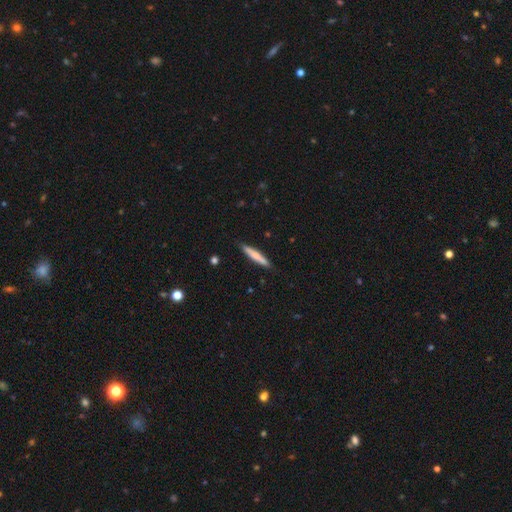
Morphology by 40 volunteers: Smooth or featured?
  - smooth: 65% *
  - featured or disk: 30%
  - star or artifact: 5%
How rounded?
  - cigar-shaped: 92% *
  - round: 4%
  - in between: 4%
Merging?
  - none: 79% *
  - minor disturbance: 18%
  - major disturbance: 3%
  - merger: 0%